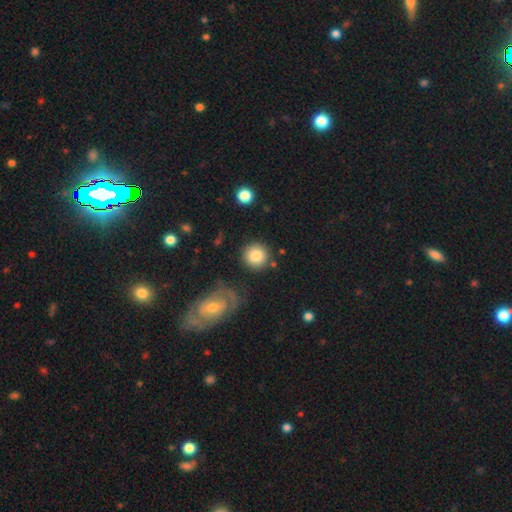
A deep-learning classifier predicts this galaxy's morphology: Smooth or featured? Predicted: smooth (p=0.84). How rounded? Predicted: round (p=0.93). Merging? Predicted: none (p=0.84).